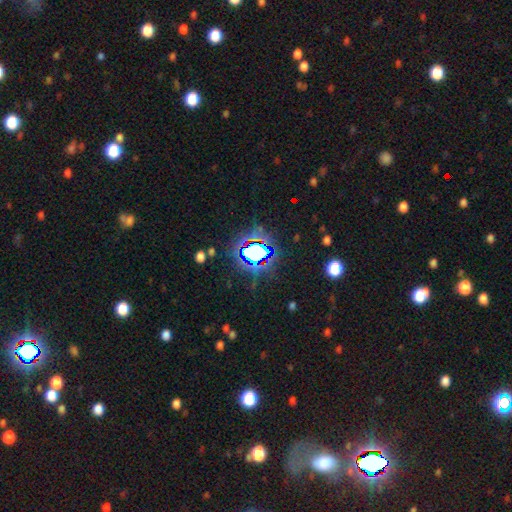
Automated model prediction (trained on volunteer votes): smooth_or_featured: star or artifact (p=0.76) [alt: smooth p=0.14]